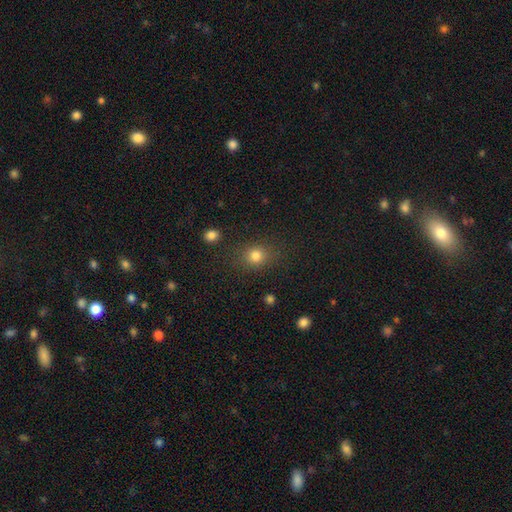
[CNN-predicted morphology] Q: Smooth or featured?
A: smooth (80%); runner-up: star or artifact (14%)
Q: How rounded?
A: round (73%); runner-up: in between (26%)
Q: Merging?
A: none (82%); runner-up: minor disturbance (11%)